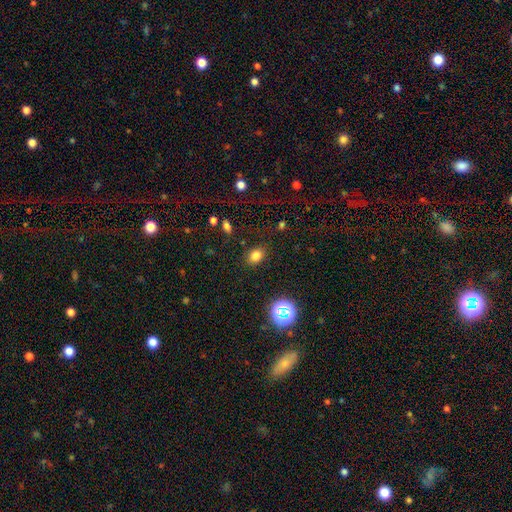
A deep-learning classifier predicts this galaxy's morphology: This appears to be a smooth galaxy with no disk features (78%) that is in between round and cigar-shaped (61%). Merging: none (84%).